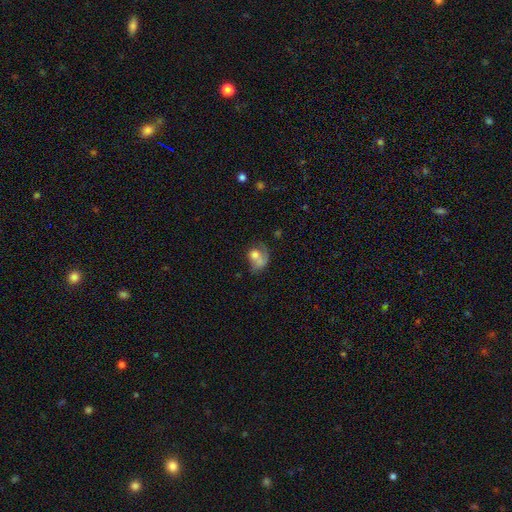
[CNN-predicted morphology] This is possibly a smooth galaxy (56%). How rounded: possibly in between (56%). Merging: marginally major disturbance (32%).